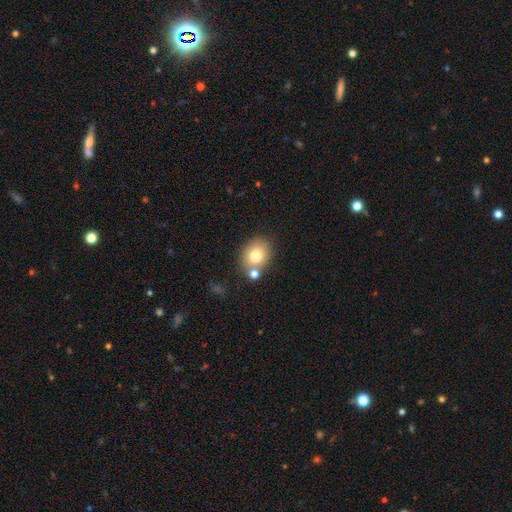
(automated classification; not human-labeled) This appears to be a smooth galaxy with no disk features (77%) that is round (52%). Merging: none (66%).